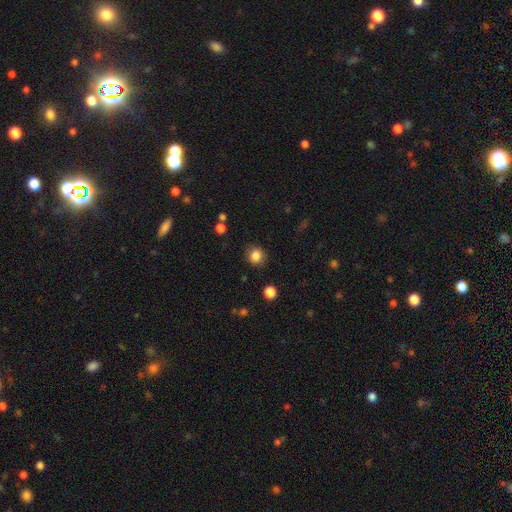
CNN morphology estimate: smooth-or-featured: smooth: 84% | star or artifact: 11% | featured or disk: 5%
  how-rounded: round: 82% | in between: 17% | cigar-shaped: 1%
  merging: none: 85% | minor disturbance: 10% | major disturbance: 3% | merger: 2%